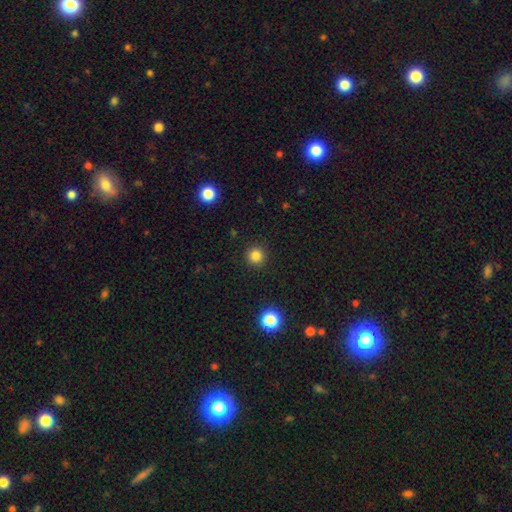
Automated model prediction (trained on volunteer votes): Q: Smooth or featured?
A: smooth (83%); runner-up: star or artifact (13%)
Q: How rounded?
A: round (95%); runner-up: in between (4%)
Q: Merging?
A: none (92%); runner-up: minor disturbance (5%)